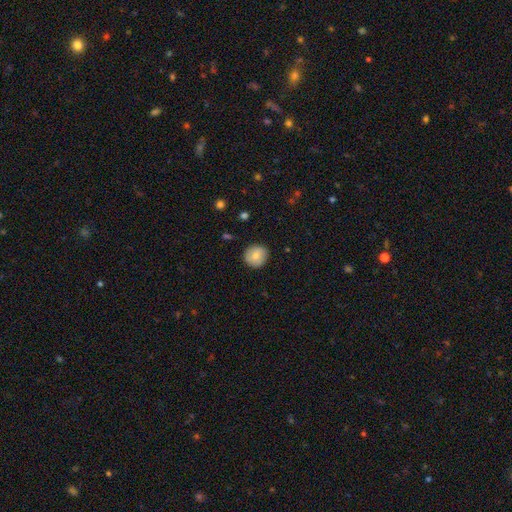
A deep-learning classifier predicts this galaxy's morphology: smooth-or-featured: smooth: 78% | featured or disk: 15% | star or artifact: 7%
  how-rounded: round: 91% | in between: 8% | cigar-shaped: 1%
  merging: none: 87% | minor disturbance: 10% | major disturbance: 2% | merger: 1%